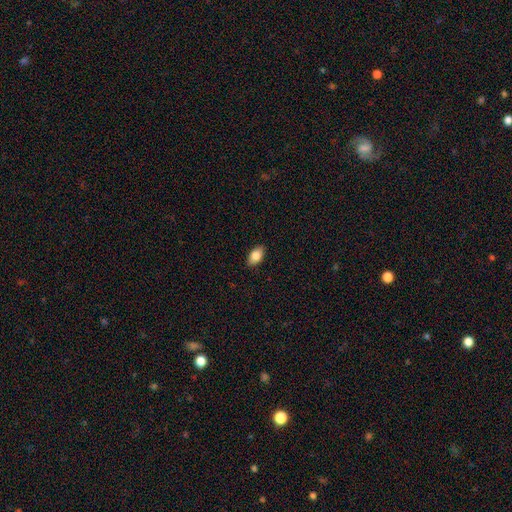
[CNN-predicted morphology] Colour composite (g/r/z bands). It shows a smooth galaxy with no disk features (83%) that is in between round and cigar-shaped (92%). Merging: none (89%).